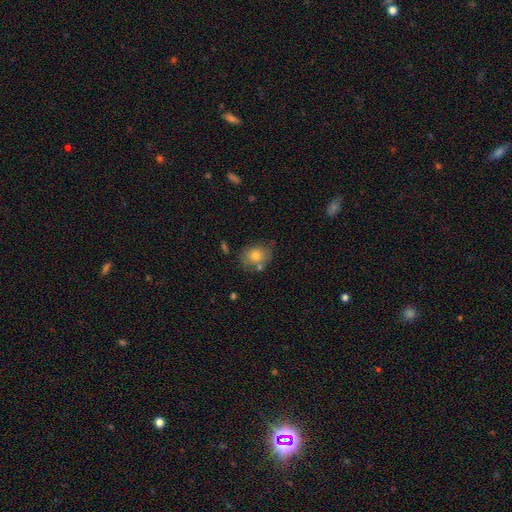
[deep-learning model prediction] Smooth or featured?
  - smooth: 72% *
  - featured or disk: 19%
  - star or artifact: 8%
How rounded?
  - in between: 55% *
  - round: 44%
  - cigar-shaped: 1%
Merging?
  - none: 63% *
  - minor disturbance: 20%
  - merger: 11%
  - major disturbance: 6%